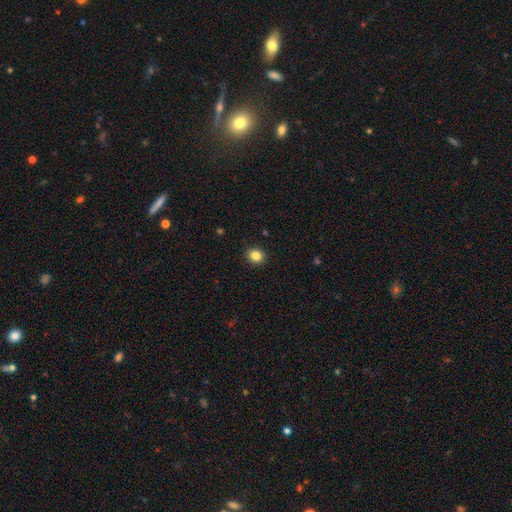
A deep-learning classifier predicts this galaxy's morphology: A smooth galaxy with no disk features (84%) that is round (69%).

Vote fractions:
- Smooth or featured? smooth: 84% / star or artifact: 11% / featured or disk: 5%
- How rounded? round: 69% / in between: 30% / cigar-shaped: 1%
- Merging? none: 92% / minor disturbance: 6% / major disturbance: 2% / merger: 1%